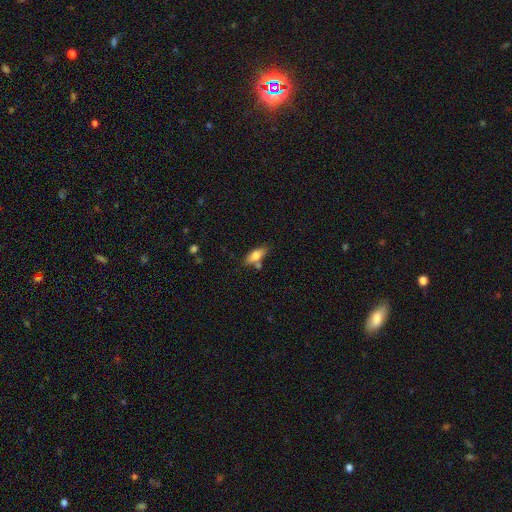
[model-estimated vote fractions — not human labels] A smooth galaxy with no disk features (73%) that is in between round and cigar-shaped (76%). Merging: none (66%).